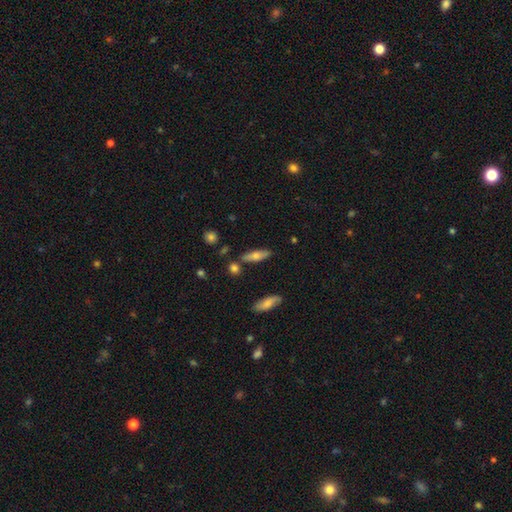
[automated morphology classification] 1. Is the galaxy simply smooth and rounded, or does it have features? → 65% smooth, 27% featured or disk, 8% star or artifact.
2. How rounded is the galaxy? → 49% in between, 48% cigar-shaped, 3% round.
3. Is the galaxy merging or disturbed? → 79% none, 12% minor disturbance, 5% merger, 3% major disturbance.